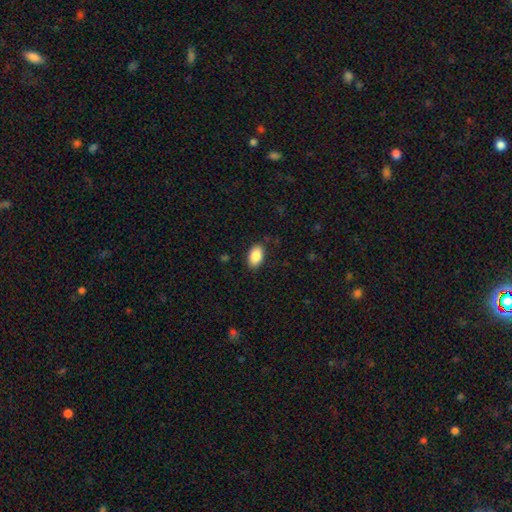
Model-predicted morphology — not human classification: smooth_or_featured: smooth (p=0.87) [alt: star or artifact p=0.07]
how_rounded: in between (p=0.93) [alt: round p=0.06]
merging: none (p=0.87) [alt: minor disturbance p=0.10]